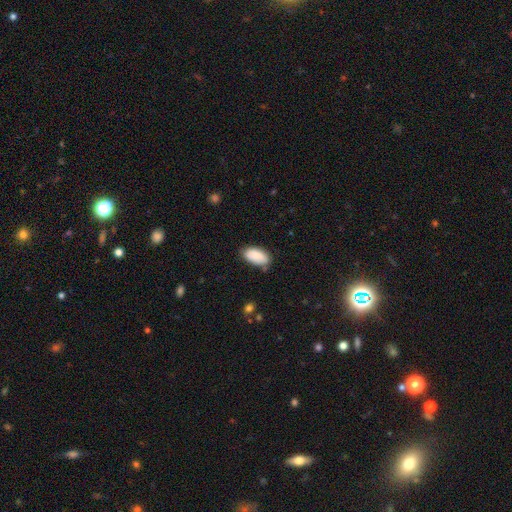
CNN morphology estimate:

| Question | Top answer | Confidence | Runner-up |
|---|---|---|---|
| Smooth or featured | smooth | 86% | featured or disk (8%) |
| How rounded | in between | 95% | round (3%) |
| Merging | none | 77% | minor disturbance (18%) |